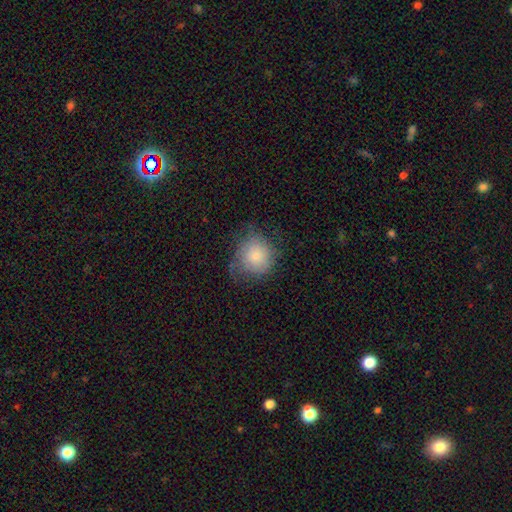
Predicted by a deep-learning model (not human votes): Overall: smooth (74%). How rounded: round (87%). Merging: none (60%; minor disturbance 27%).